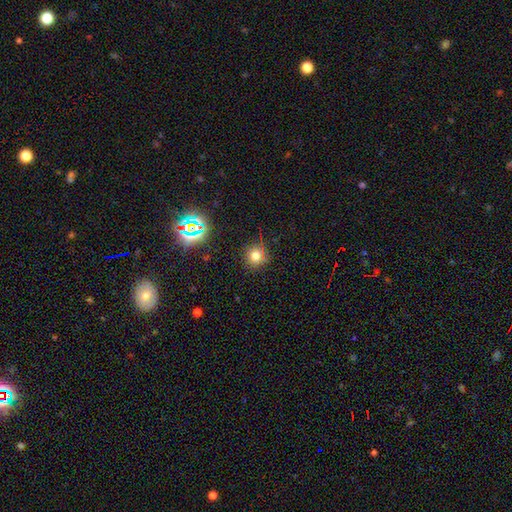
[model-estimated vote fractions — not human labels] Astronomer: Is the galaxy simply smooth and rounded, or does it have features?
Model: smooth — 74%.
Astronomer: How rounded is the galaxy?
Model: round — 90%.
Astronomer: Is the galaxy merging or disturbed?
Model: none — 84%.